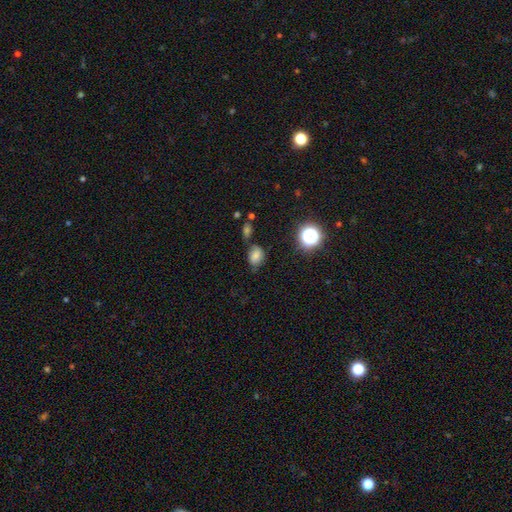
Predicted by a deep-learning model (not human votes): smooth_or_featured: smooth (p=0.71) [alt: star or artifact p=0.18]
how_rounded: in between (p=0.59) [alt: round p=0.40]
merging: none (p=0.62) [alt: minor disturbance p=0.22]